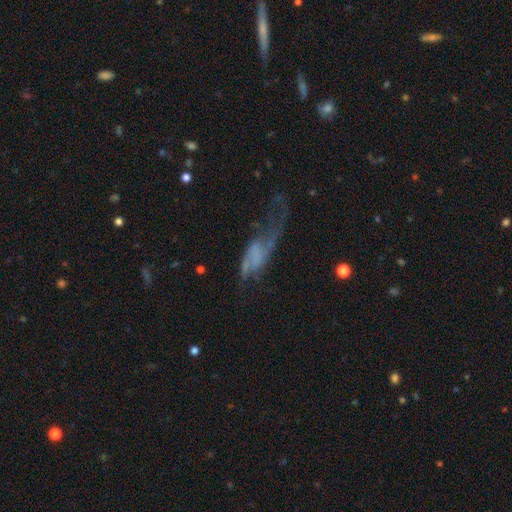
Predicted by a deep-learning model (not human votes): Smooth or featured: featured or disk — 56% (smooth — 30%)
Edge-on disk: no — 84% (yes — 16%)
Merging: major disturbance — 50% (none — 26%)